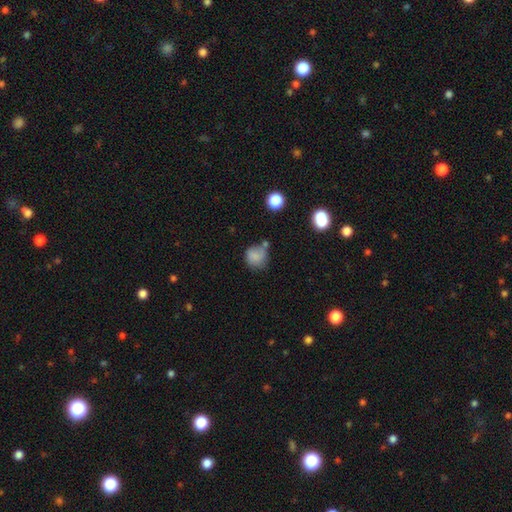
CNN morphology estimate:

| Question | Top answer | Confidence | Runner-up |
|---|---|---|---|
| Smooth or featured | smooth | 78% | star or artifact (12%) |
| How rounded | round | 80% | in between (19%) |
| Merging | none | 50% | minor disturbance (26%) |